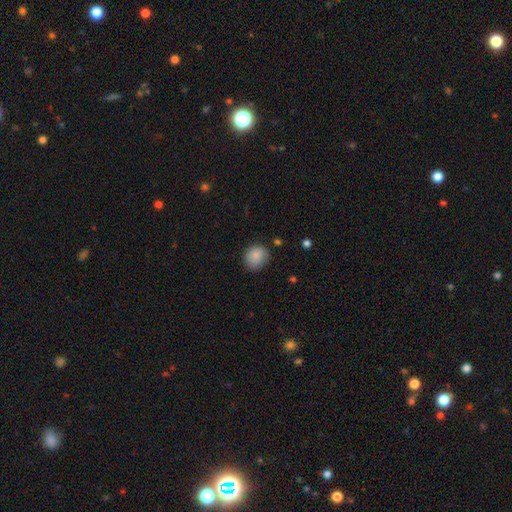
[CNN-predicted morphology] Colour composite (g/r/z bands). It shows a smooth galaxy with no disk features (87%) that is round (78%). Merging: none (82%).